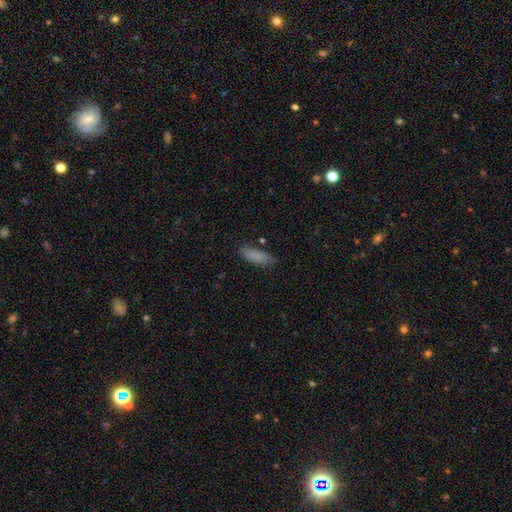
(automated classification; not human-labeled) smooth-or-featured: smooth: 83% | star or artifact: 9% | featured or disk: 8%
  how-rounded: in between: 68% | cigar-shaped: 30% | round: 2%
  merging: none: 74% | minor disturbance: 19% | major disturbance: 5% | merger: 2%